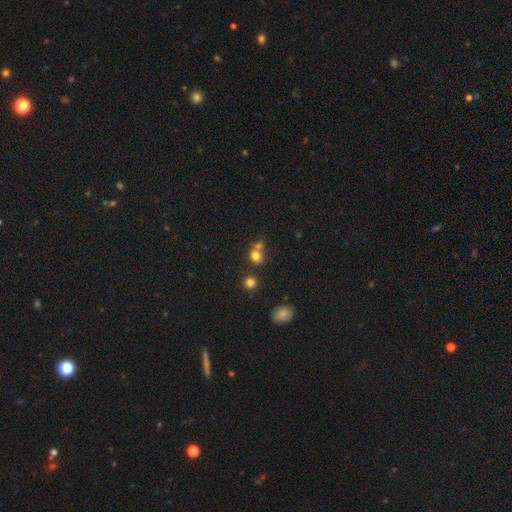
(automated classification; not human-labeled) A smooth galaxy with no disk features (75%) that is round (79%). Merging: none (47%).